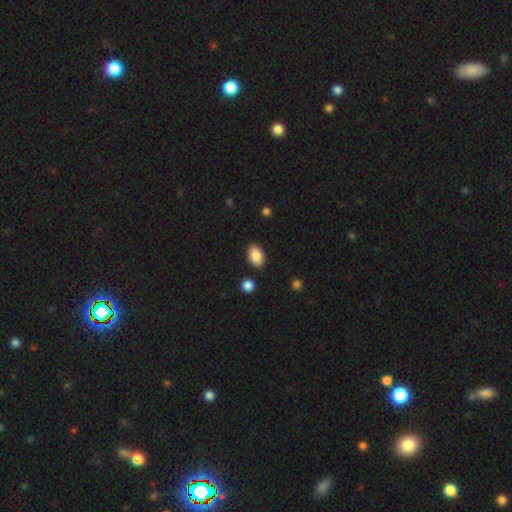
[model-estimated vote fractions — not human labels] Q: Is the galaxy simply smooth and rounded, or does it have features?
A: smooth — 87%.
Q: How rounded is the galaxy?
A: in between — 90%.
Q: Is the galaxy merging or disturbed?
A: none — 87%.